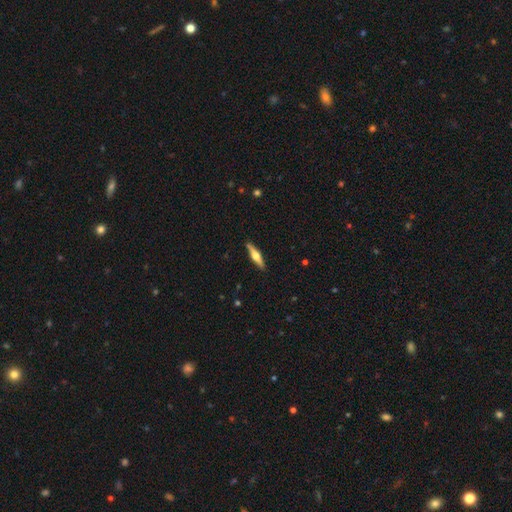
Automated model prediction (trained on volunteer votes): Smooth or featured: featured or disk — 62% (smooth — 33%)
Edge-on disk: yes — 96% (no — 4%)
Edge-on bulge: rounded — 94% (boxy — 4%)
Merging: none — 90% (minor disturbance — 7%)